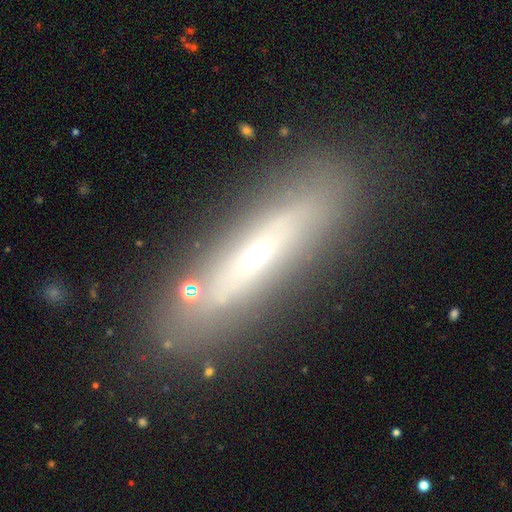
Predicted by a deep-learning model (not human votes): Smooth or featured?
  - featured or disk: 57% *
  - smooth: 33%
  - star or artifact: 10%
Edge-on disk?
  - yes: 58% *
  - no: 42%
Merging?
  - none: 80% *
  - minor disturbance: 12%
  - major disturbance: 4%
  - merger: 4%